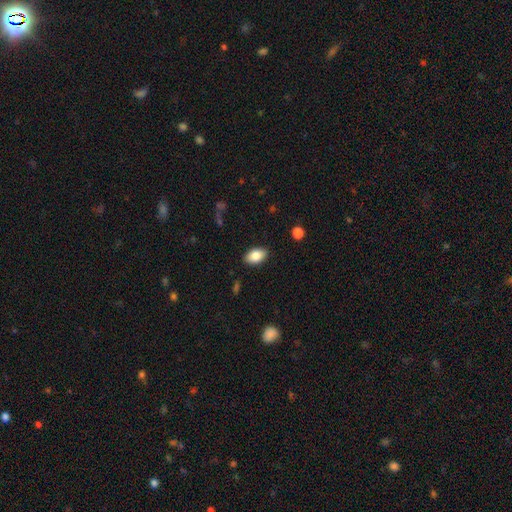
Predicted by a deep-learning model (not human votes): smooth-or-featured: smooth: 84% | featured or disk: 9% | star or artifact: 7%
  how-rounded: in between: 91% | round: 8% | cigar-shaped: 2%
  merging: none: 87% | minor disturbance: 9% | major disturbance: 2% | merger: 1%